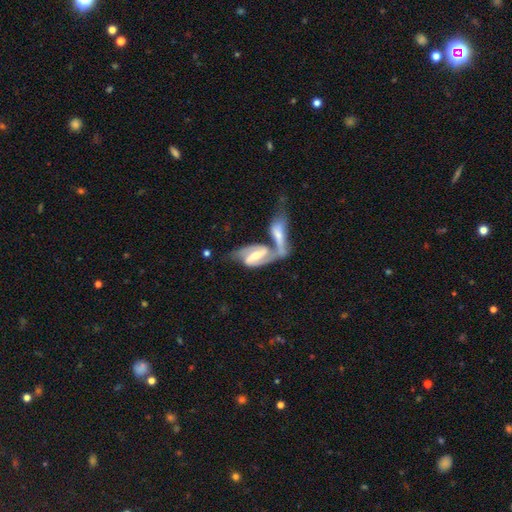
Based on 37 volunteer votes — Q: Smooth or featured?
A: featured or disk (89%); runner-up: smooth (8%)
Q: Edge-on disk?
A: no (94%); runner-up: yes (6%)
Q: Bar?
A: strong (68%); runner-up: weak (23%)
Q: Spiral arms?
A: yes (94%); runner-up: no (6%)
Q: Spiral winding?
A: medium (59%); runner-up: loose (24%)
Q: Spiral arm count?
A: 2 (100%)
Q: Bulge size?
A: moderate (55%); runner-up: small (45%)
Q: Merging?
A: merger (53%); runner-up: none (31%)